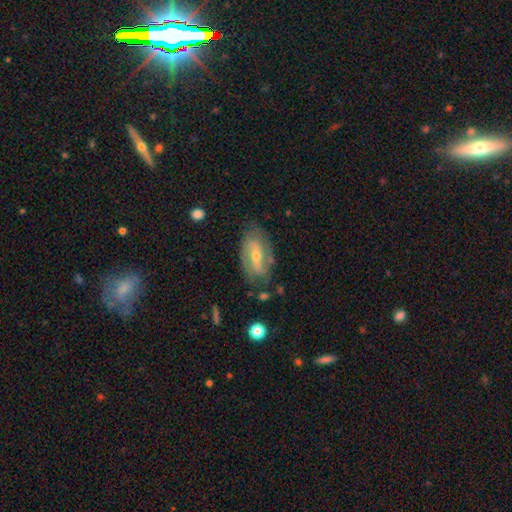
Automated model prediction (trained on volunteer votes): Q: Smooth or featured?
A: featured or disk (76%); runner-up: smooth (16%)
Q: Edge-on disk?
A: no (92%); runner-up: yes (8%)
Q: Bar?
A: weak (42%); runner-up: strong (34%)
Q: Spiral arms?
A: yes (86%); runner-up: no (14%)
Q: Spiral winding?
A: medium (41%); runner-up: tight (35%)
Q: Spiral arm count?
A: 2 (76%); runner-up: can't tell (16%)
Q: Bulge size?
A: small (51%); runner-up: moderate (45%)
Q: Merging?
A: none (76%); runner-up: minor disturbance (17%)